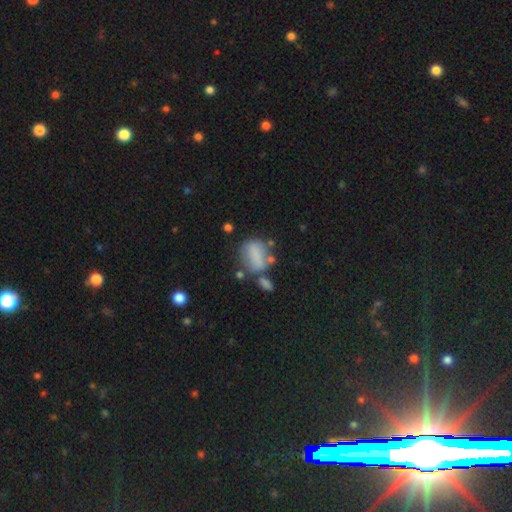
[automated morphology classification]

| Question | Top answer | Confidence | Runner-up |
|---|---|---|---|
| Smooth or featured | smooth | 70% | featured or disk (19%) |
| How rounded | in between | 66% | round (30%) |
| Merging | none | 41% | minor disturbance (23%) |